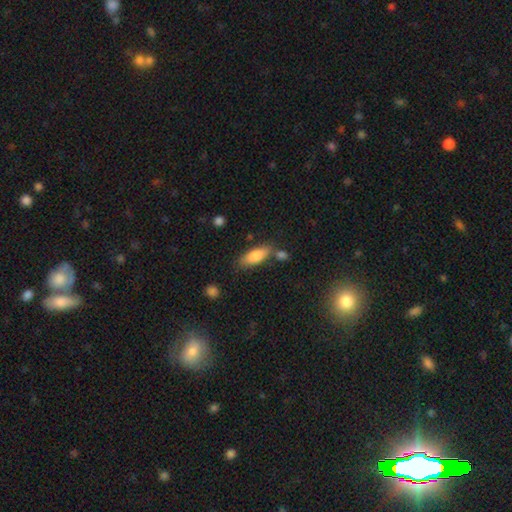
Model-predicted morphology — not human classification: Smooth or featured?
  - smooth: 78% *
  - featured or disk: 16%
  - star or artifact: 7%
How rounded?
  - in between: 70% *
  - cigar-shaped: 27%
  - round: 3%
Merging?
  - none: 71% *
  - minor disturbance: 15%
  - merger: 11%
  - major disturbance: 4%